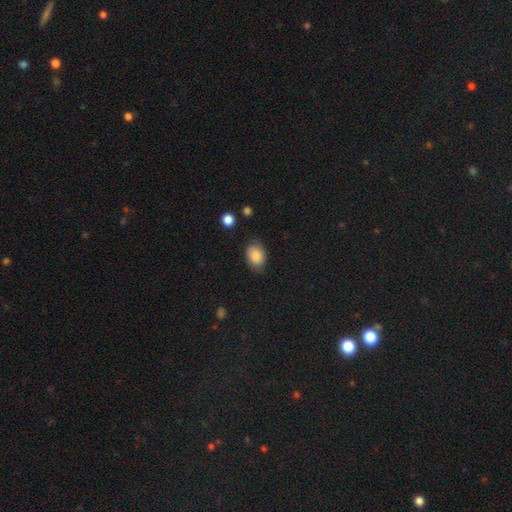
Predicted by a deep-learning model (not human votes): Smooth or featured? smooth (84%)
How rounded? in between (77%)
Merging? none (77%)